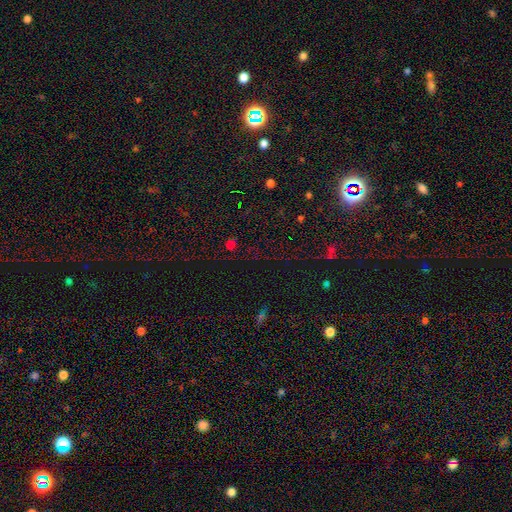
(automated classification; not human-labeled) Q: Smooth or featured?
A: star or artifact (56%); runner-up: smooth (38%)